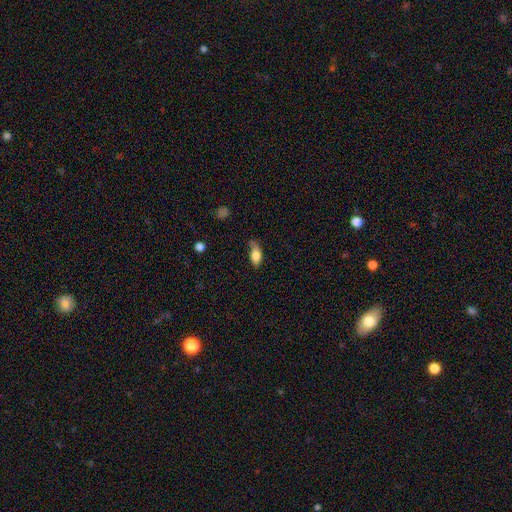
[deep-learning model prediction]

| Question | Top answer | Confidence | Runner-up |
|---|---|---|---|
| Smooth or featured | smooth | 77% | featured or disk (16%) |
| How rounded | in between | 85% | cigar-shaped (9%) |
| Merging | none | 45% | minor disturbance (36%) |